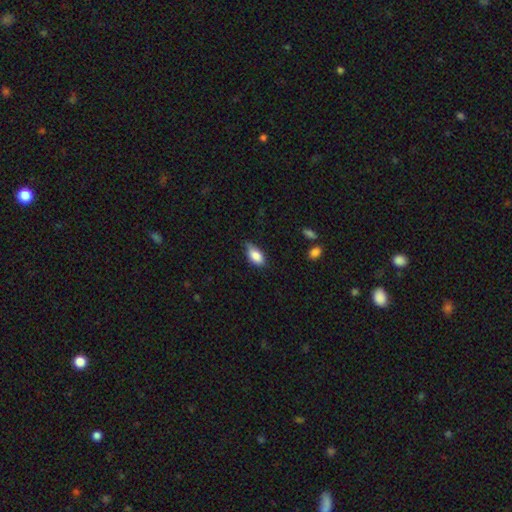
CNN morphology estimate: Overall: smooth (83%). How rounded: in between (90%). Merging: none (58%; minor disturbance 34%).